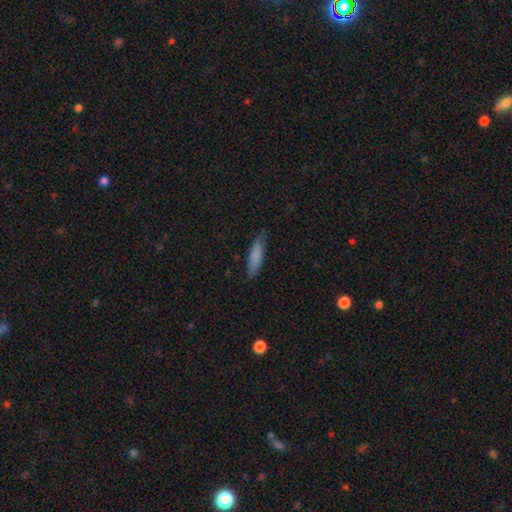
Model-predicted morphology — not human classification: Smooth or featured? Predicted: smooth (p=0.81). How rounded? Predicted: cigar-shaped (p=0.72). Merging? Predicted: none (p=0.76).